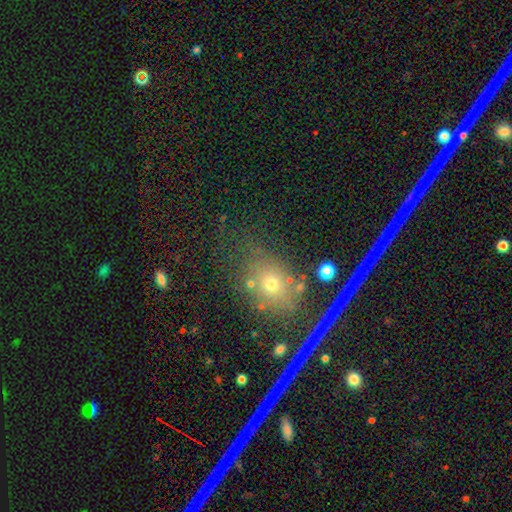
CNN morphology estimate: smooth-or-featured: star or artifact: 49% | smooth: 37% | featured or disk: 14%